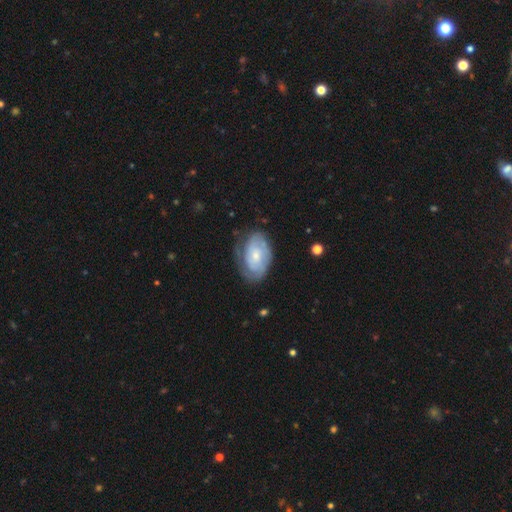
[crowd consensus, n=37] This is likely a featured or disk galaxy (68%). It is clearly not viewed edge-on (100%). Bar: likely no (72%). Spiral arm pattern: clearly yes (80%). Spiral arm count: marginally 1 (40%, tied with can't tell). Spiral winding: likely tight (70%). Central bulge: likely small (60%). Merging: likely none (62%).